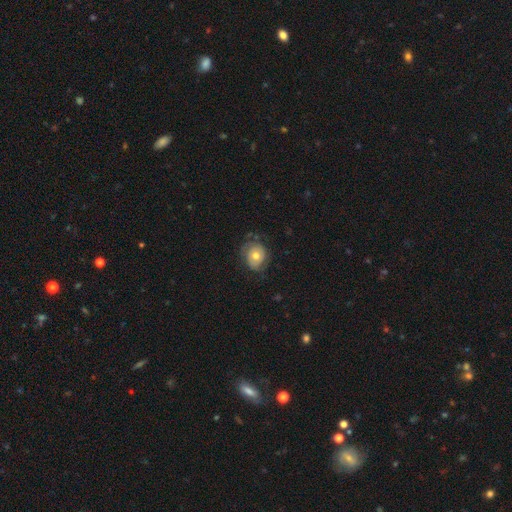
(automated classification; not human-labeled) Smooth or featured? Predicted: smooth (p=0.47). Merging? Predicted: none (p=0.63).